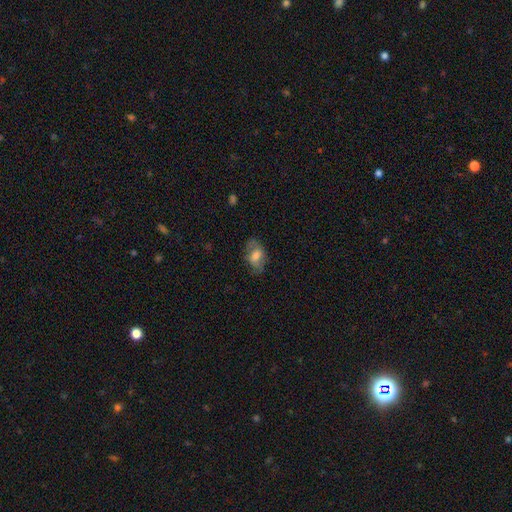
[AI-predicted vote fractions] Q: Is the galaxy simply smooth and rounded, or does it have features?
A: smooth — 64%.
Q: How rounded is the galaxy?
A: in between — 87%.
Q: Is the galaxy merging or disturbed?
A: none — 68%.